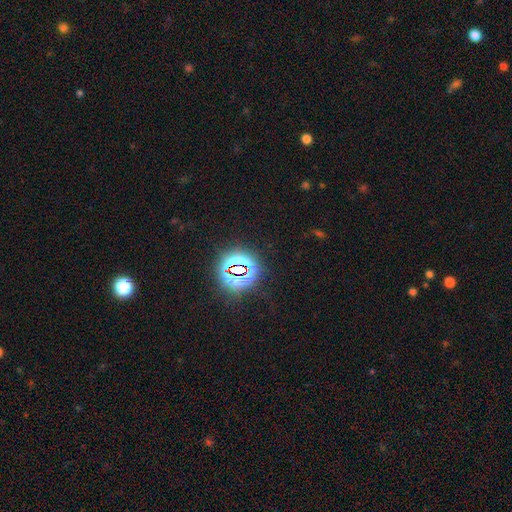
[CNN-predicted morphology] Q: Smooth or featured?
A: star or artifact (79%); runner-up: smooth (14%)